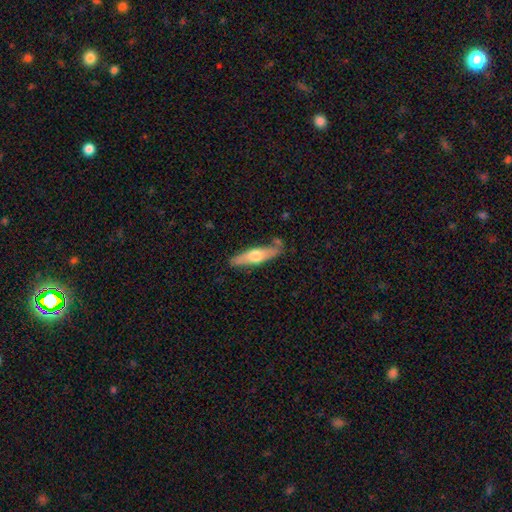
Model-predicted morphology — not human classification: The model was most divided on "smooth or featured": smooth: 48%, featured or disk: 47%, star or artifact: 5%. More confident: merging — none (77%).